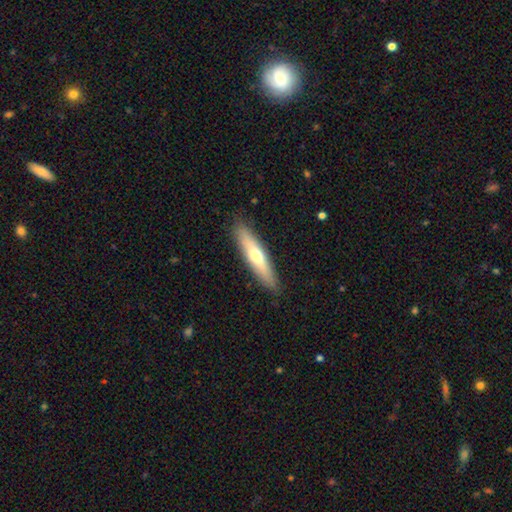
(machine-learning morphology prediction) smooth 57%, featured or disk 38%, star or artifact 5%. Down the decision tree: how rounded — cigar-shaped (81%); merging — none (88%).